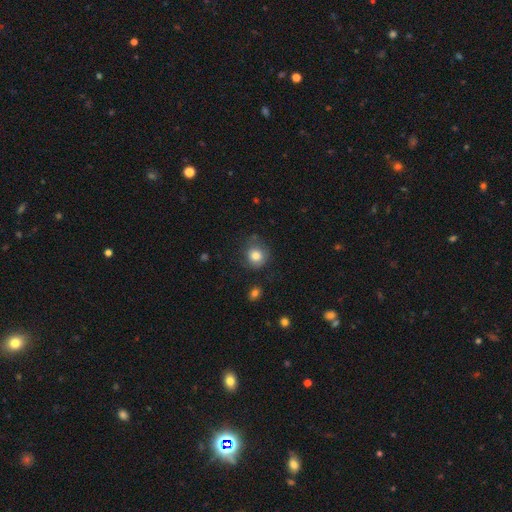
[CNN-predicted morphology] Q: Smooth or featured?
A: smooth (82%); runner-up: star or artifact (10%)
Q: How rounded?
A: round (85%); runner-up: in between (14%)
Q: Merging?
A: none (72%); runner-up: minor disturbance (20%)